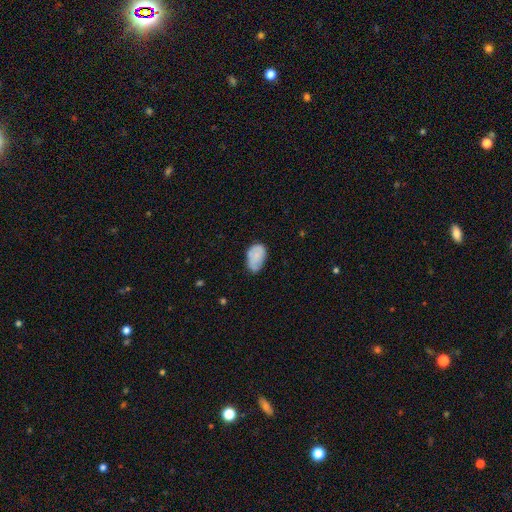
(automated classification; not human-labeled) smooth 74%, featured or disk 18%, star or artifact 7%. Down the decision tree: how rounded — in between (91%); merging — none (47%).